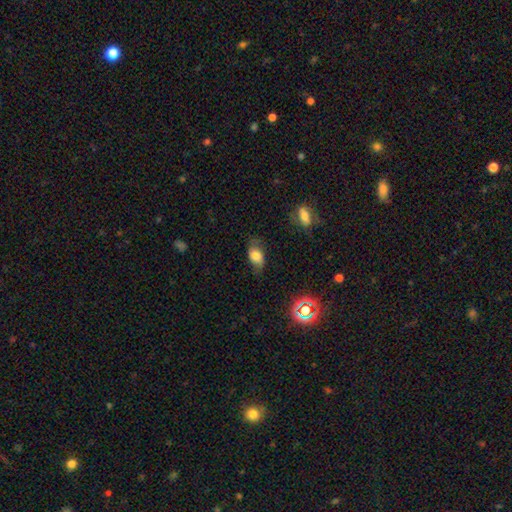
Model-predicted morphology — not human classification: A smooth galaxy with no disk features (70%) that is in between round and cigar-shaped (85%).

Vote fractions:
- Smooth or featured? smooth: 70% / featured or disk: 19% / star or artifact: 11%
- How rounded? in between: 85% / round: 12% / cigar-shaped: 2%
- Merging? none: 61% / minor disturbance: 27% / major disturbance: 10% / merger: 2%